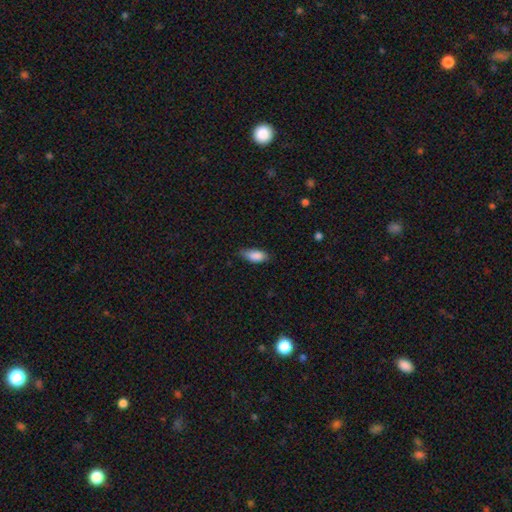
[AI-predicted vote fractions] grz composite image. It shows a smooth galaxy with no disk features (88%) that is in between round and cigar-shaped (86%). Merging: none (71%).